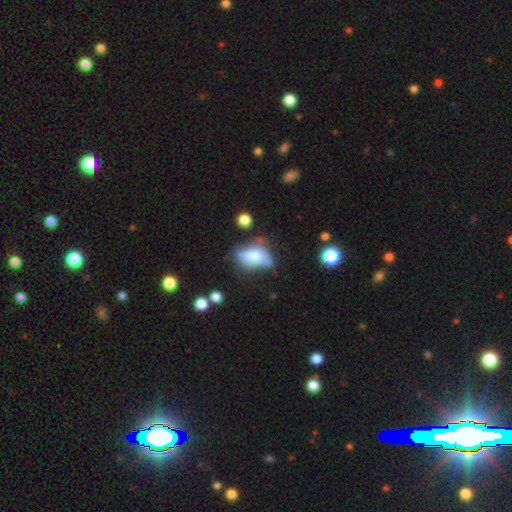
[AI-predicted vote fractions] This is possibly a smooth galaxy (54%). How rounded: clearly in between (81%). Merging: marginally none (42%).